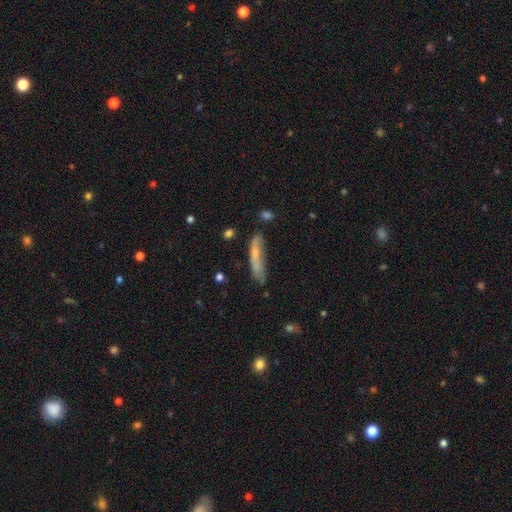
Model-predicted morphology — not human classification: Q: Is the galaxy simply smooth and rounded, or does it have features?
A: smooth — 62%.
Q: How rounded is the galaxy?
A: cigar-shaped — 84%.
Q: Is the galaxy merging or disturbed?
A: none — 53%.